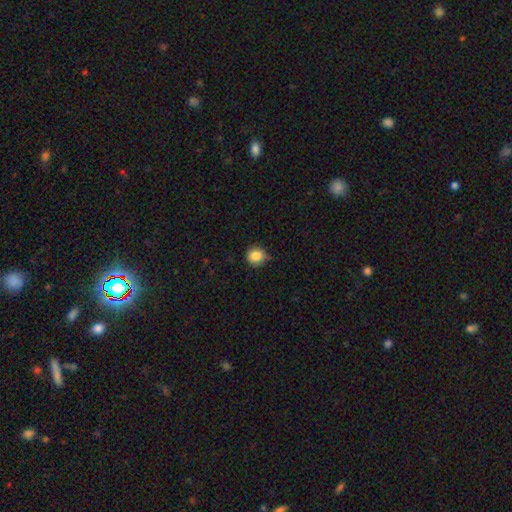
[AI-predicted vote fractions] The model was most divided on "merging": none: 68%, minor disturbance: 26%, major disturbance: 4%, merger: 2%. More confident: how rounded — round (86%); smooth or featured — smooth (84%).